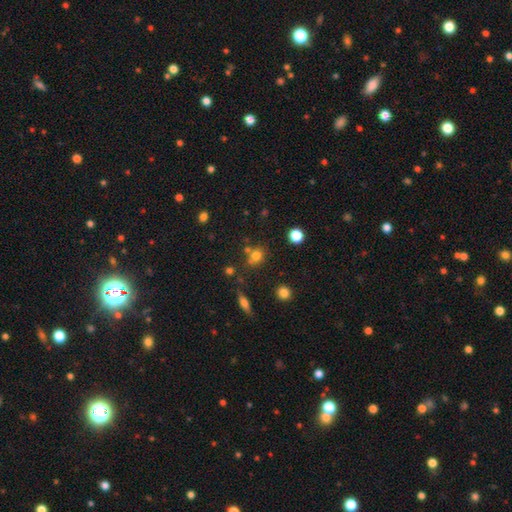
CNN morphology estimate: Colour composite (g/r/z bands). It shows a smooth galaxy with no disk features (74%) that is round (70%). Merging: none (59%).